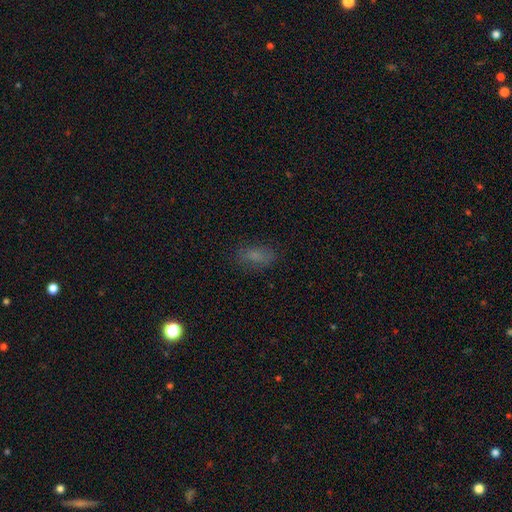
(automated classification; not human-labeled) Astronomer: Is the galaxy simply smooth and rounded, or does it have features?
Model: smooth — 73%.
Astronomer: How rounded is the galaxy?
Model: in between — 86%.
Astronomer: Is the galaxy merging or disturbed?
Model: none — 77%.